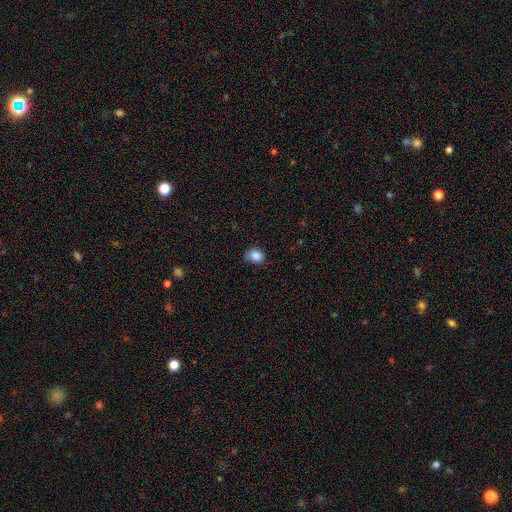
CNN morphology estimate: This is clearly a smooth galaxy (86%). How rounded: possibly in between (50%). Merging: likely none (69%).